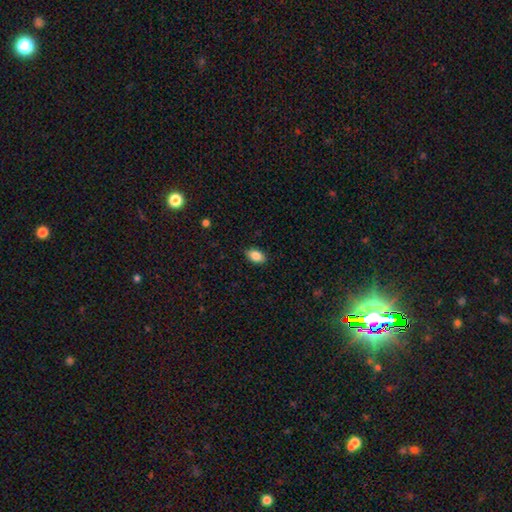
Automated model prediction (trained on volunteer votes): Smooth or featured: smooth — 86% (star or artifact — 8%)
How rounded: in between — 89% (round — 9%)
Merging: none — 85% (minor disturbance — 12%)